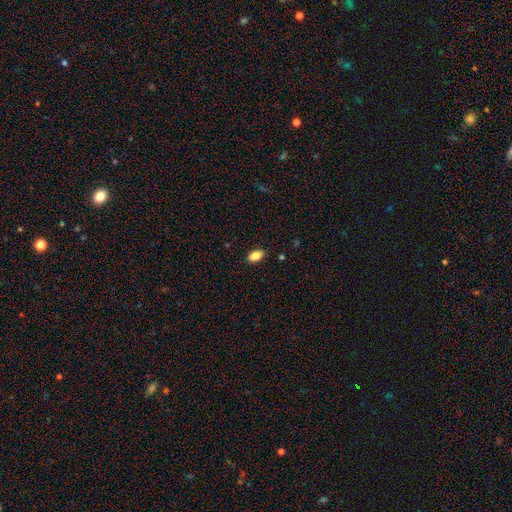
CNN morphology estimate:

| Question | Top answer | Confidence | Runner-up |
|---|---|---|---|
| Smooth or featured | smooth | 84% | star or artifact (8%) |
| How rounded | in between | 91% | round (6%) |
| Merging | none | 88% | minor disturbance (9%) |